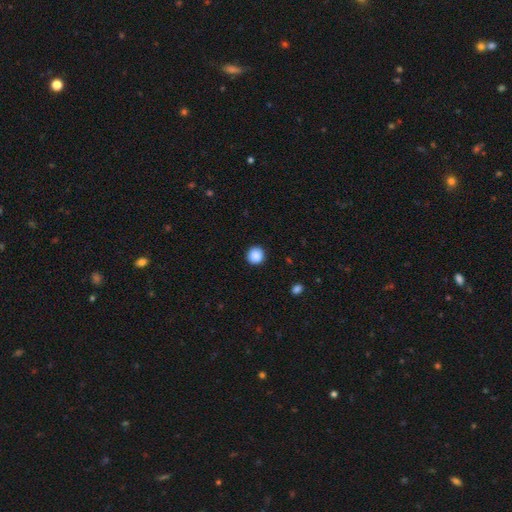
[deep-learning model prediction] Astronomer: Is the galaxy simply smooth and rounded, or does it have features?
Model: smooth — 89%.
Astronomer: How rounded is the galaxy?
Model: round — 94%.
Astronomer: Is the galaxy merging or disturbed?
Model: none — 92%.